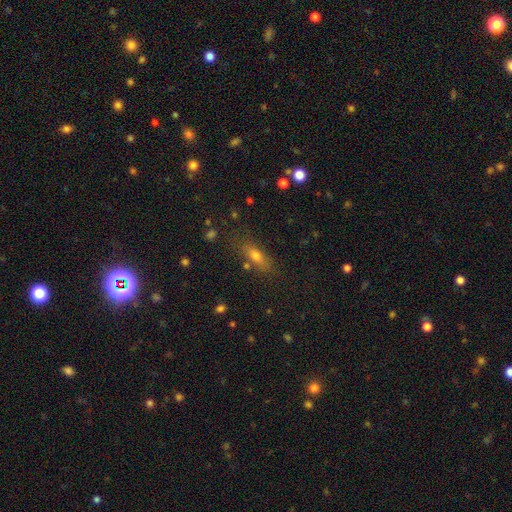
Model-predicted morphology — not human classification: type=smooth (66%); roundness=in between (60%); merging=none (76%).